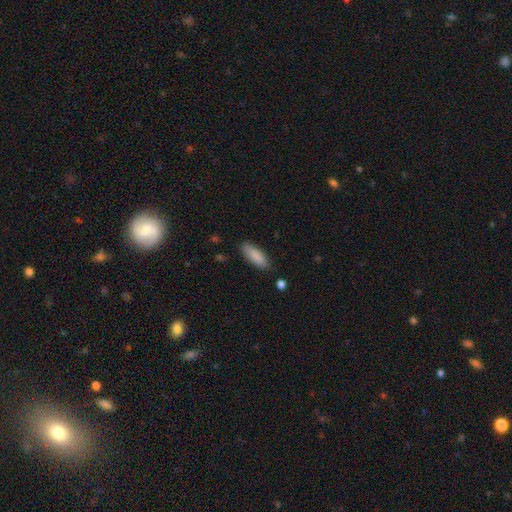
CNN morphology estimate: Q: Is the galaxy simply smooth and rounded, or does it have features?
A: smooth — 88%.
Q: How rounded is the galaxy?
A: in between — 62%.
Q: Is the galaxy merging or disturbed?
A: none — 84%.